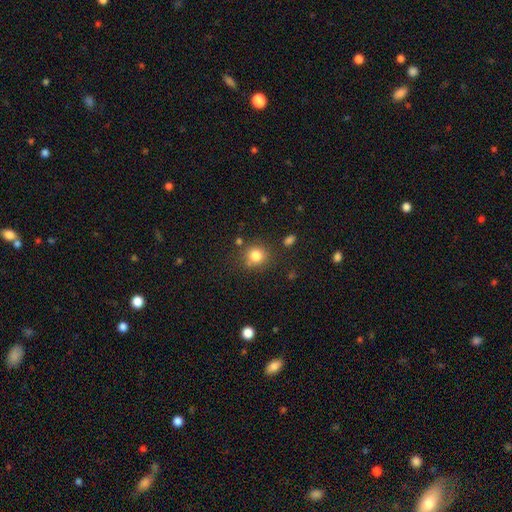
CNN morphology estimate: Smooth or featured? Predicted: smooth (p=0.81). How rounded? Predicted: round (p=0.86). Merging? Predicted: none (p=0.76).